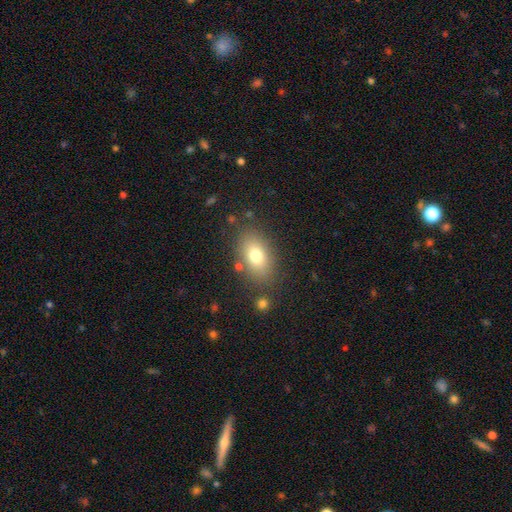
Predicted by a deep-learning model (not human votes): smooth_or_featured: smooth (p=0.76) [alt: featured or disk p=0.14]
how_rounded: in between (p=0.85) [alt: round p=0.13]
merging: none (p=0.80) [alt: minor disturbance p=0.12]